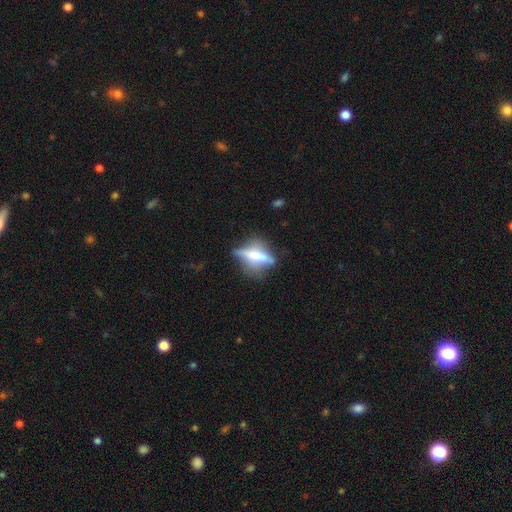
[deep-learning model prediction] This is possibly a featured or disk galaxy (53%). It is likely viewed edge-on (72%). Merging: possibly none (55%).